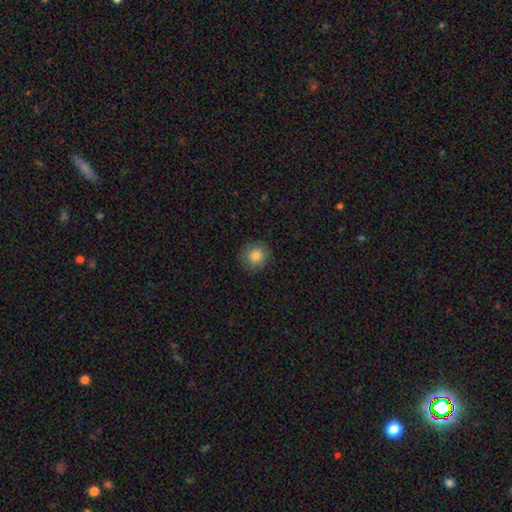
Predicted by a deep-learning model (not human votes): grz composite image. It shows a smooth galaxy with no disk features (85%) that is round (92%). Merging: none (87%).